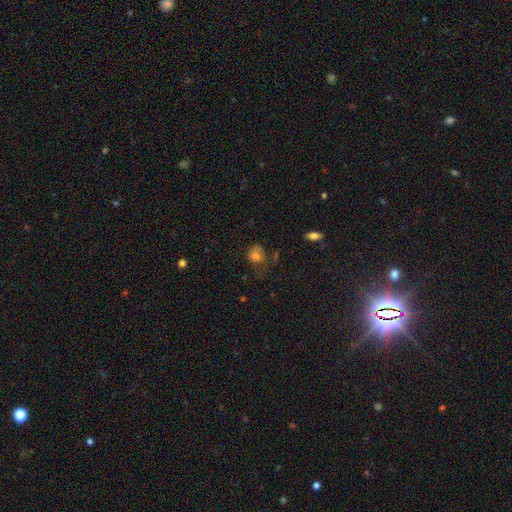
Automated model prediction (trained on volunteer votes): smooth_or_featured: smooth (p=0.71) [alt: featured or disk p=0.17]
how_rounded: round (p=0.63) [alt: in between p=0.36]
merging: none (p=0.41) [alt: minor disturbance p=0.28]